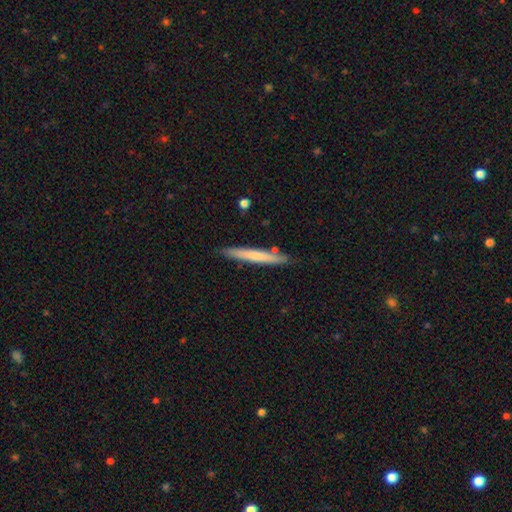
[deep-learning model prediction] A smooth galaxy with no disk features (64%) that is cigar-shaped (96%).

Vote fractions:
- Smooth or featured? smooth: 64% / featured or disk: 31% / star or artifact: 5%
- How rounded? cigar-shaped: 96% / in between: 3% / round: 1%
- Merging? none: 85% / minor disturbance: 11% / merger: 3% / major disturbance: 2%